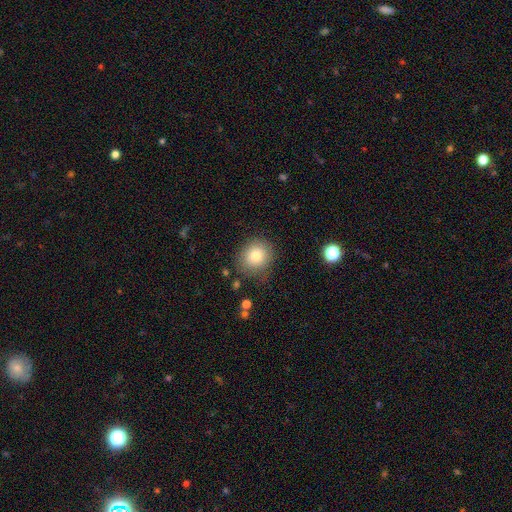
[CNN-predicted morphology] Smooth or featured? Predicted: smooth (p=0.81). How rounded? Predicted: round (p=0.80). Merging? Predicted: none (p=0.78).